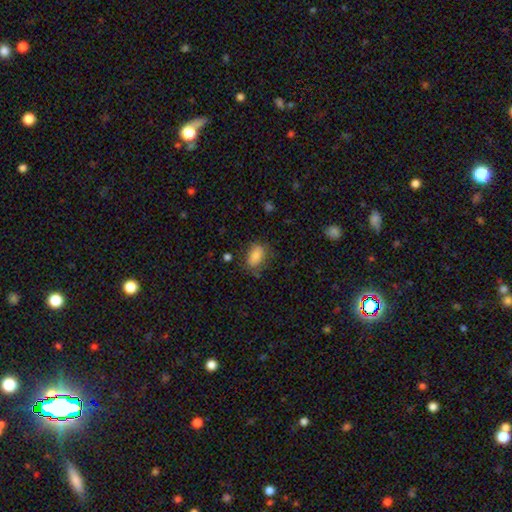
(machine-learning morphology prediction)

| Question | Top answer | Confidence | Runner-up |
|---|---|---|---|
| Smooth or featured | smooth | 81% | featured or disk (11%) |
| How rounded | in between | 87% | round (11%) |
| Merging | none | 71% | minor disturbance (20%) |